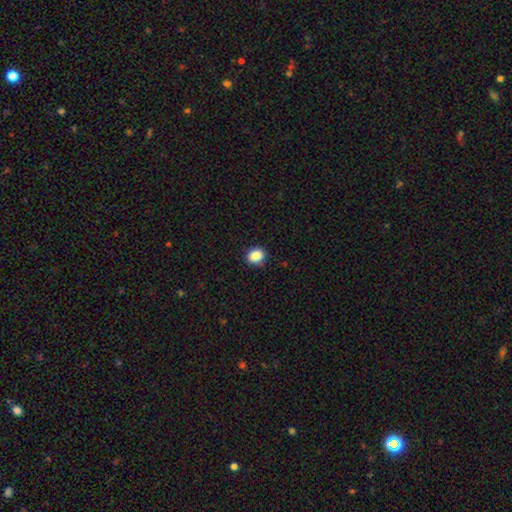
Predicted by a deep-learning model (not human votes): Smooth or featured? smooth (88%)
How rounded? round (64%)
Merging? none (88%)